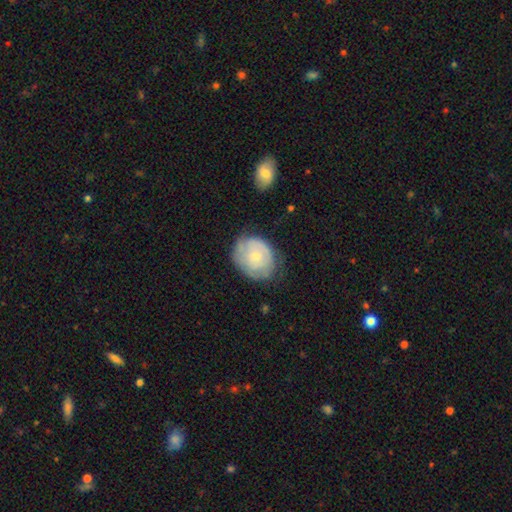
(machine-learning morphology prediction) Smooth or featured? featured or disk (51%)
Edge-on disk? no (97%)
Merging? none (61%)